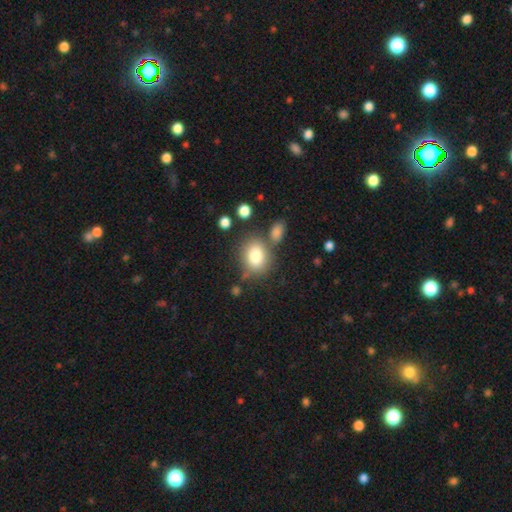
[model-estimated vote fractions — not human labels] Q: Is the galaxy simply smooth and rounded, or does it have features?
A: smooth — 80%.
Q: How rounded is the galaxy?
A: in between — 55%.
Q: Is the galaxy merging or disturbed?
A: none — 68%.